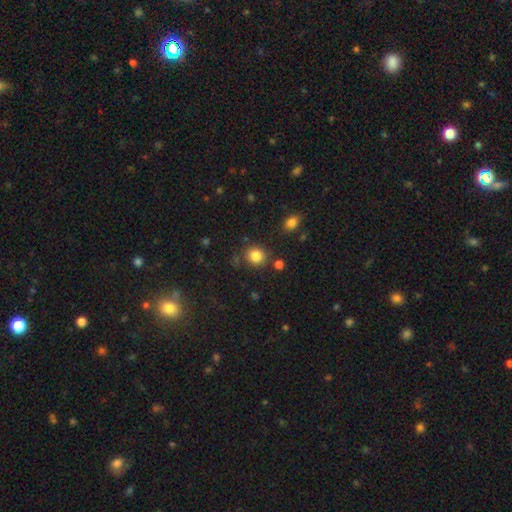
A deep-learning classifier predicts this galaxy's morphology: Smooth or featured? smooth (83%)
How rounded? round (83%)
Merging? none (81%)